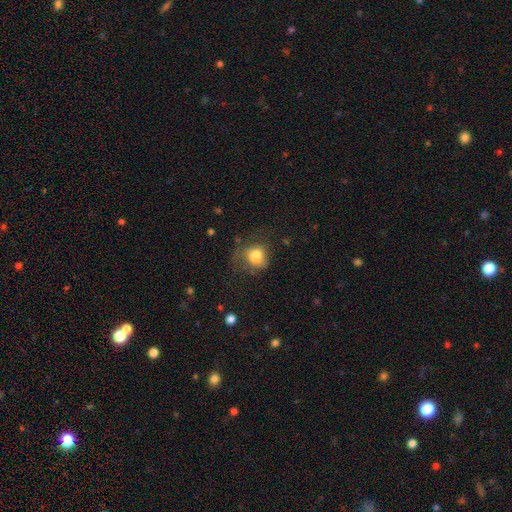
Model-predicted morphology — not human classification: Q: Smooth or featured?
A: smooth (77%); runner-up: featured or disk (13%)
Q: How rounded?
A: round (59%); runner-up: in between (40%)
Q: Merging?
A: none (42%); runner-up: minor disturbance (29%)